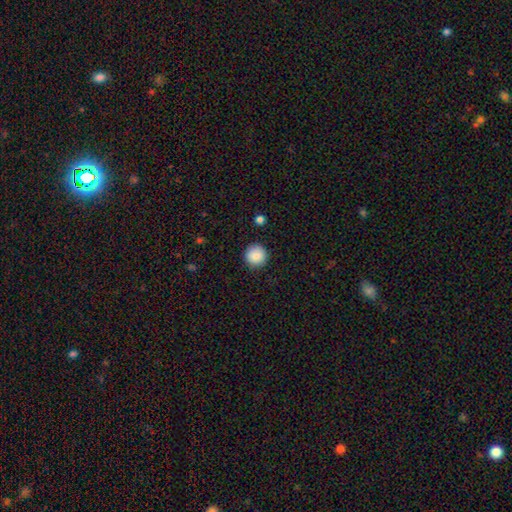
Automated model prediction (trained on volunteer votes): The model was most divided on "smooth or featured": smooth: 88%, star or artifact: 8%, featured or disk: 4%. More confident: how rounded — round (96%); merging — none (92%).